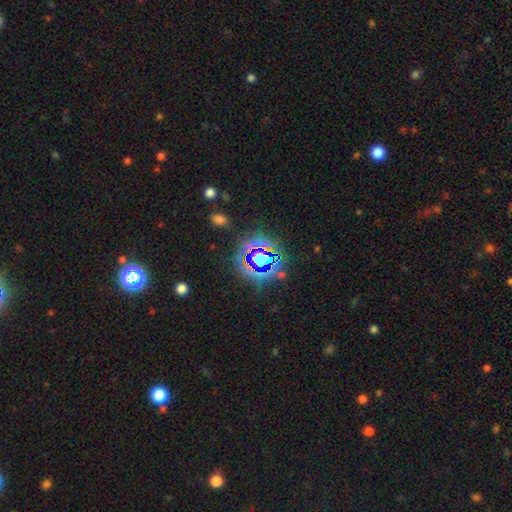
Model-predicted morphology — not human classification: A star or artifact, not a galaxy (73%).

Vote fractions:
- Smooth or featured? star or artifact: 73% / smooth: 16% / featured or disk: 11%